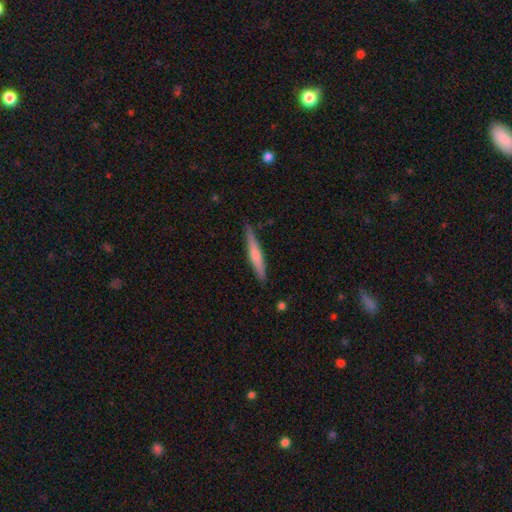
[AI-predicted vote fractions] This appears to be a smooth galaxy with no disk features (53%) that is cigar-shaped (93%). Merging: none (85%).